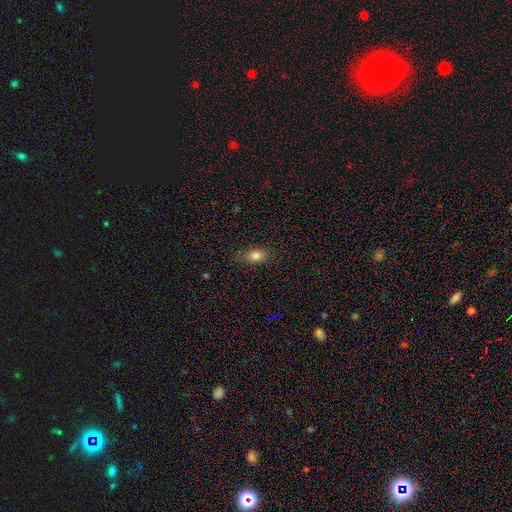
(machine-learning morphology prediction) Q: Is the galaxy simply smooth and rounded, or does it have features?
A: smooth — 81%.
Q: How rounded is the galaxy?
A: in between — 74%.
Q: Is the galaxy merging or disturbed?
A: none — 79%.